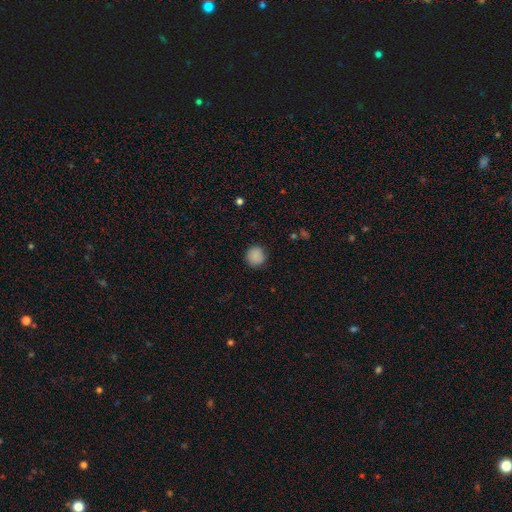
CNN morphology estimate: A smooth galaxy with no disk features (88%) that is round (91%).

Vote fractions:
- Smooth or featured? smooth: 88% / star or artifact: 9% / featured or disk: 4%
- How rounded? round: 91% / in between: 8% / cigar-shaped: 1%
- Merging? none: 87% / minor disturbance: 9% / major disturbance: 2% / merger: 1%